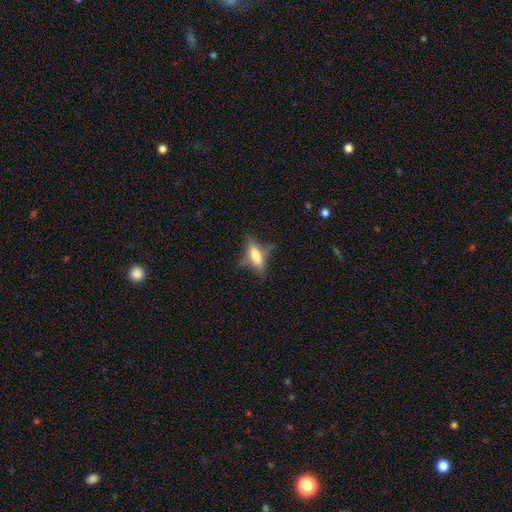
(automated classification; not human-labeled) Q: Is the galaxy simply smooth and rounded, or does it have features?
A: smooth — 49%.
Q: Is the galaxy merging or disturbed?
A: none — 60%.